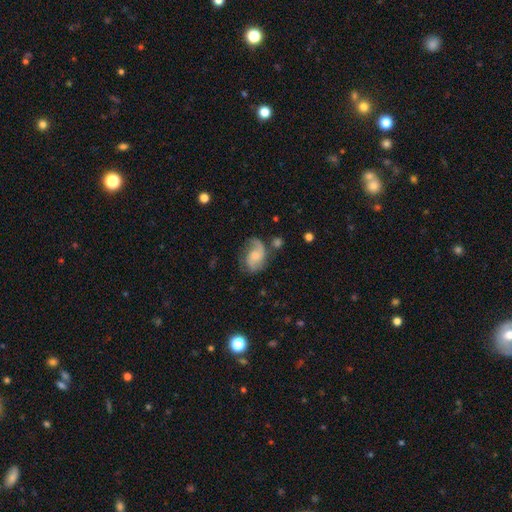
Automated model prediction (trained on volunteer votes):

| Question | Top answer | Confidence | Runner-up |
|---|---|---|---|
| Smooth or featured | featured or disk | 67% | smooth (26%) |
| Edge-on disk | no | 97% | yes (3%) |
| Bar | no | 62% | weak (33%) |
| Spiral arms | yes | 92% | no (8%) |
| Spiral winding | loose | 43% | medium (41%) |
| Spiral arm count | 2 | 64% | 1 (25%) |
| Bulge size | small | 46% | moderate (38%) |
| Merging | none | 54% | minor disturbance (25%) |